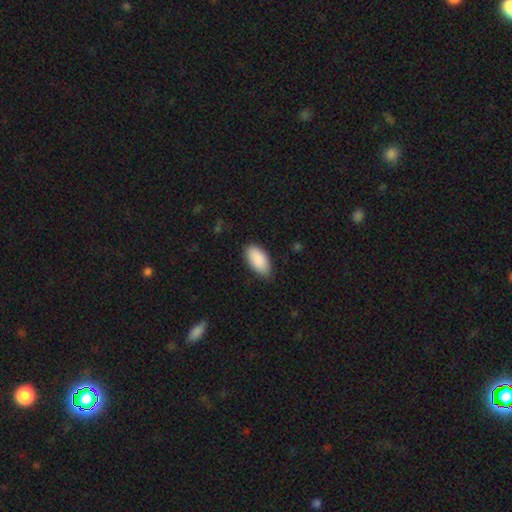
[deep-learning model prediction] smooth 90%, star or artifact 6%, featured or disk 4%. Down the decision tree: how rounded — in between (95%); merging — none (77%).